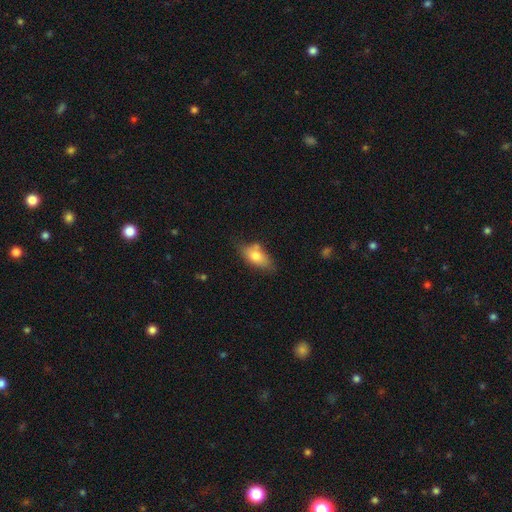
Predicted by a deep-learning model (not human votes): This is likely a smooth galaxy (74%). How rounded: clearly in between (85%). Merging: likely none (63%).